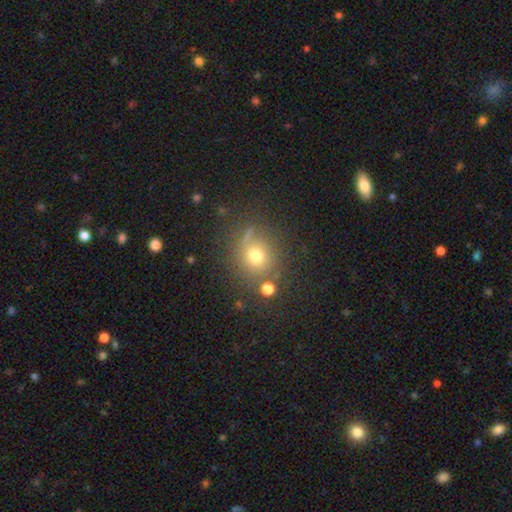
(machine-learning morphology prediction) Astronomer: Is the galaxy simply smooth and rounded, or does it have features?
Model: smooth — 67%.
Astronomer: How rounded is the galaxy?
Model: round — 82%.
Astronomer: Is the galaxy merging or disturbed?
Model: none — 71%.